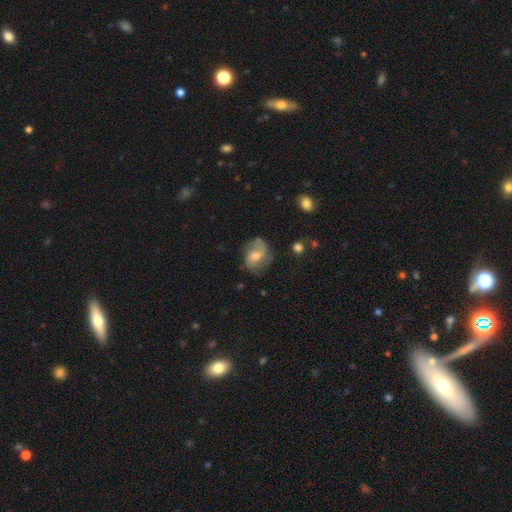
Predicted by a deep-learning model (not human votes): Overall: featured or disk (56%; smooth 36%). Edge-on disk: no (96%). Bar: weak (43%, tied with no). Spiral arms: yes (83%). Bulge size: moderate (58%; small 33%). Merging: none (63%; minor disturbance 24%).